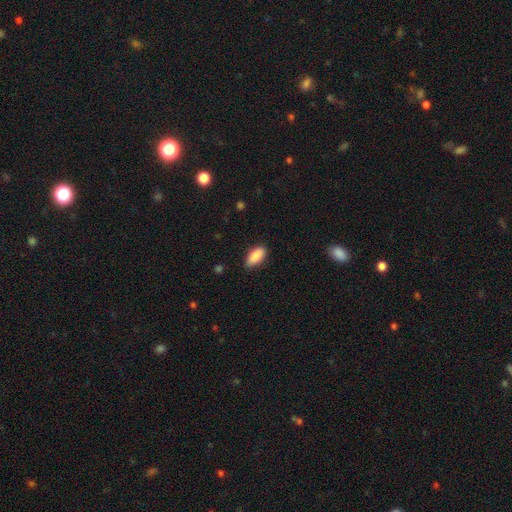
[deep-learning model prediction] smooth 88%, star or artifact 6%, featured or disk 5%. Down the decision tree: how rounded — in between (89%); merging — none (81%).